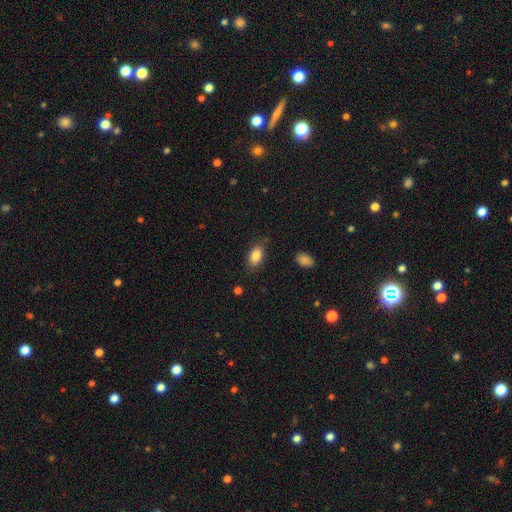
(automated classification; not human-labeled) A smooth galaxy with no disk features (86%) that is in between round and cigar-shaped (90%). Merging: none (82%).